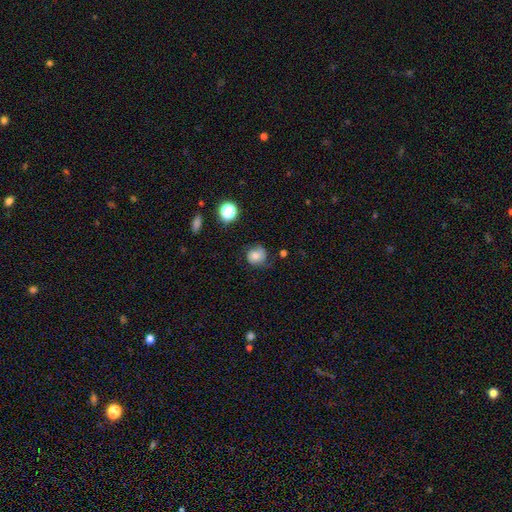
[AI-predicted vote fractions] smooth-or-featured: smooth: 60% | featured or disk: 28% | star or artifact: 12%
  how-rounded: round: 75% | in between: 24% | cigar-shaped: 1%
  merging: none: 52% | minor disturbance: 30% | major disturbance: 15% | merger: 2%